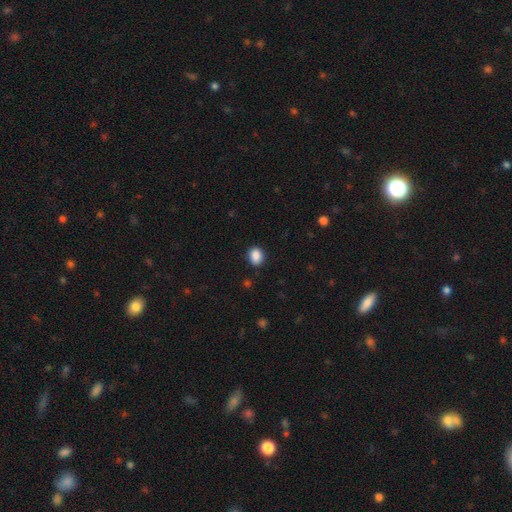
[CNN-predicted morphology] A smooth galaxy with no disk features (89%) that is in between round and cigar-shaped (58%). Merging: none (87%).